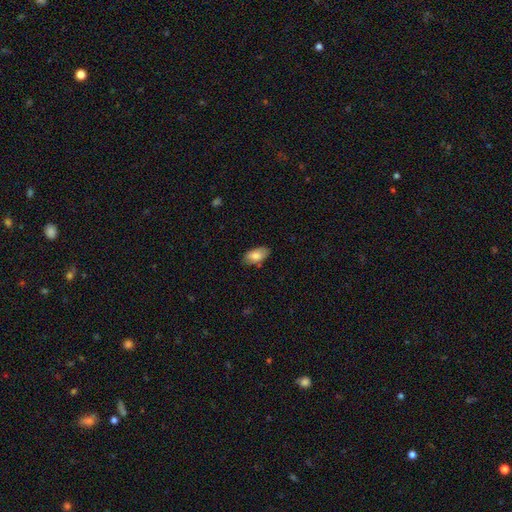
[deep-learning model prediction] Q: Smooth or featured?
A: smooth (81%); runner-up: featured or disk (12%)
Q: How rounded?
A: in between (93%); runner-up: round (3%)
Q: Merging?
A: none (79%); runner-up: minor disturbance (16%)